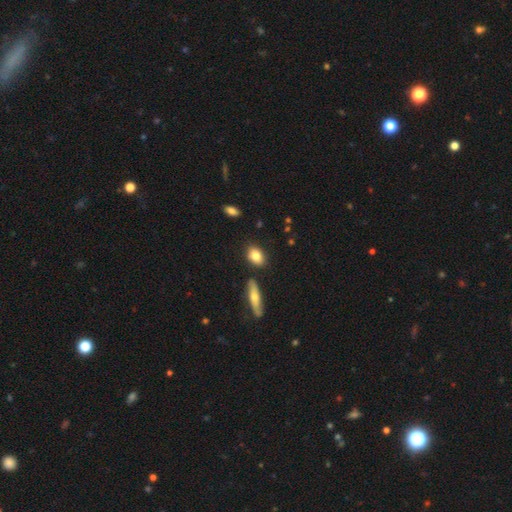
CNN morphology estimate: This is clearly a smooth galaxy (81%). How rounded: likely in between (79%). Merging: clearly none (82%).